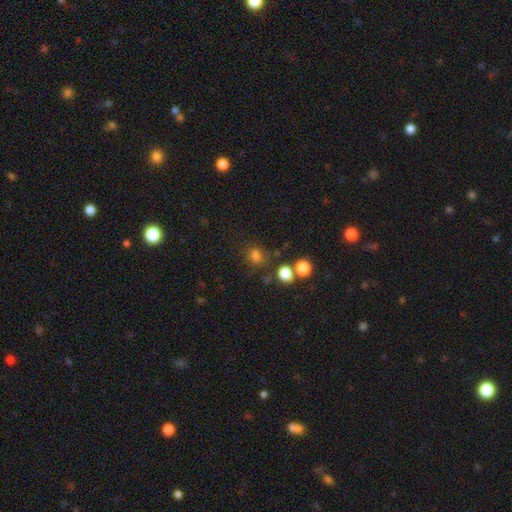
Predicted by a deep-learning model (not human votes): This appears to be a smooth galaxy with no disk features (74%) that is round (60%). Merging: none (67%).